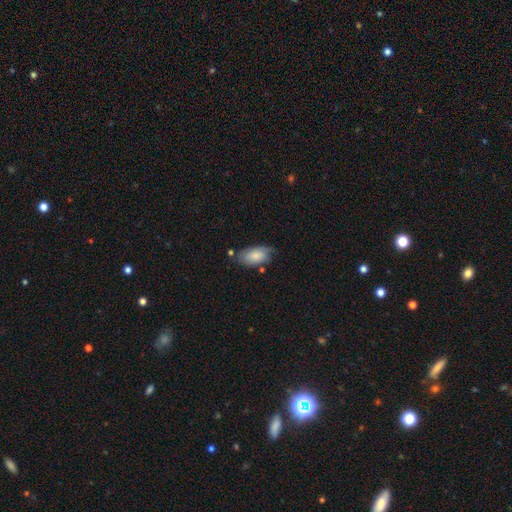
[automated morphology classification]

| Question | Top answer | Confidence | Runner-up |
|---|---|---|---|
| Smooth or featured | smooth | 75% | featured or disk (18%) |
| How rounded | in between | 93% | cigar-shaped (4%) |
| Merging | none | 61% | minor disturbance (26%) |